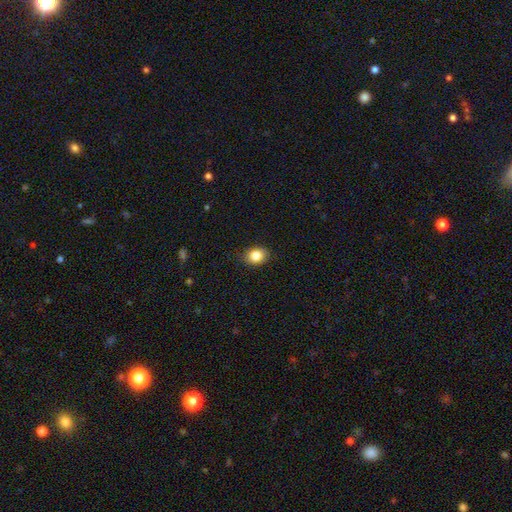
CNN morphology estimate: Smooth or featured: smooth — 85% (star or artifact — 9%)
How rounded: in between — 60% (round — 39%)
Merging: none — 85% (minor disturbance — 12%)